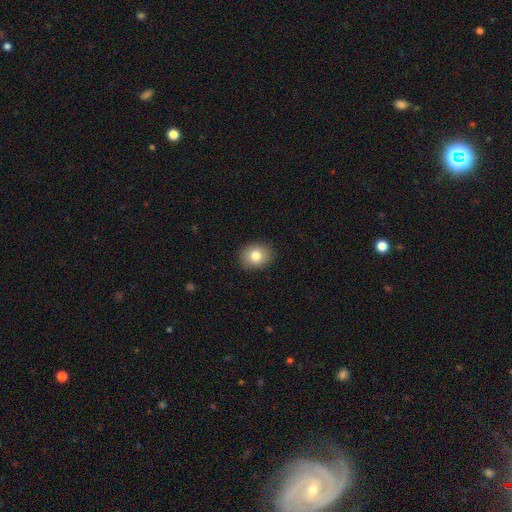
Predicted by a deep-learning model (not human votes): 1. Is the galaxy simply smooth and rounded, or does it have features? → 81% smooth, 10% featured or disk, 9% star or artifact.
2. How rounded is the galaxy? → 51% in between, 49% round, 1% cigar-shaped.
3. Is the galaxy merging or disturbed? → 90% none, 7% minor disturbance, 2% major disturbance, 1% merger.